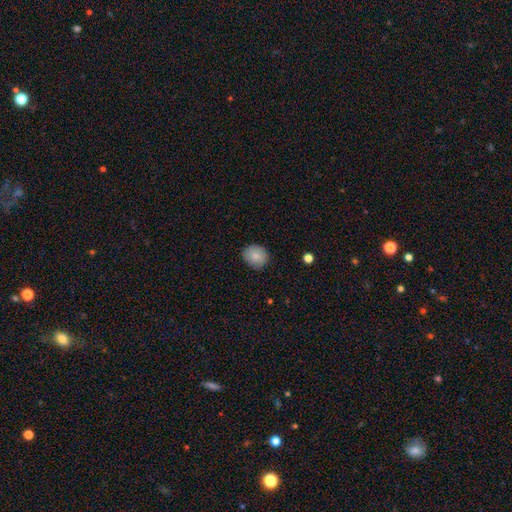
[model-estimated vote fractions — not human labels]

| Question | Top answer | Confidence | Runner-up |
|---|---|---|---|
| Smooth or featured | smooth | 84% | featured or disk (8%) |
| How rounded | round | 68% | in between (31%) |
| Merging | none | 84% | minor disturbance (12%) |